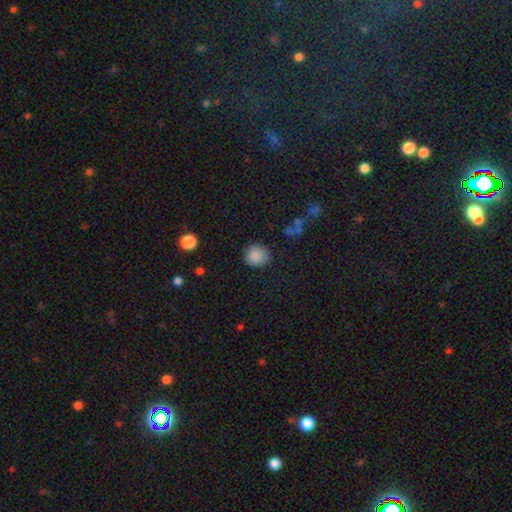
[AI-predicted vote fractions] This is clearly a smooth galaxy (87%). How rounded: clearly round (88%). Merging: clearly none (84%).